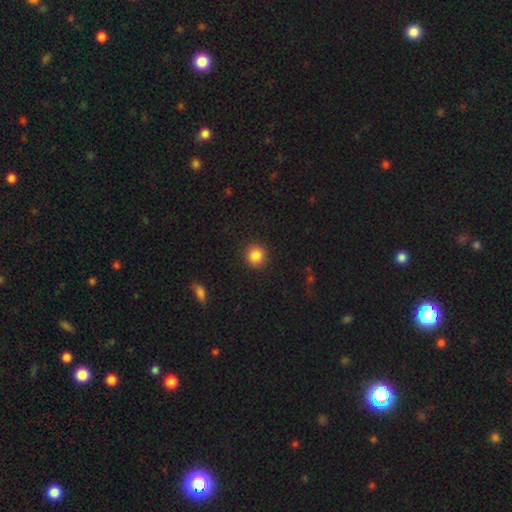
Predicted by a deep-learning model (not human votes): Smooth or featured? smooth (86%)
How rounded? round (92%)
Merging? none (92%)